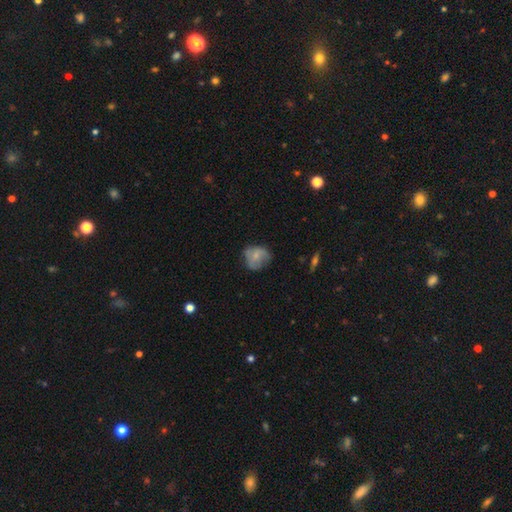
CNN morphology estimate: smooth_or_featured: smooth (p=0.63) [alt: featured or disk p=0.28]
how_rounded: round (p=0.67) [alt: in between p=0.32]
merging: none (p=0.54) [alt: minor disturbance p=0.30]